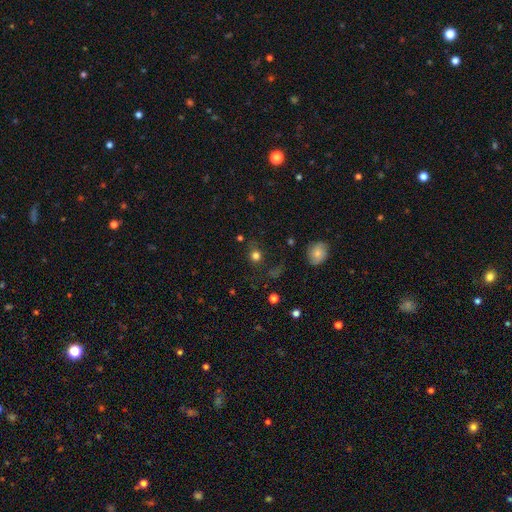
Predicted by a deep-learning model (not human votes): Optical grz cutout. It shows a smooth galaxy with no disk features (74%) that is round (86%). Merging: none (76%).